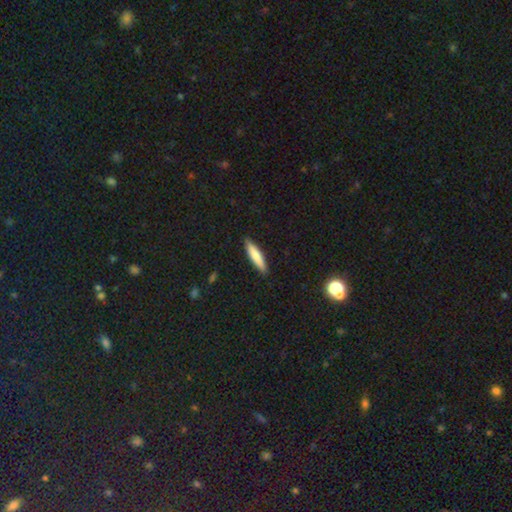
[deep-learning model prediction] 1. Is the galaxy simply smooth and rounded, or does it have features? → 77% smooth, 17% featured or disk, 6% star or artifact.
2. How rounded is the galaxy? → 84% cigar-shaped, 15% in between, 1% round.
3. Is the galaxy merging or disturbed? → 89% none, 8% minor disturbance, 2% major disturbance, 1% merger.